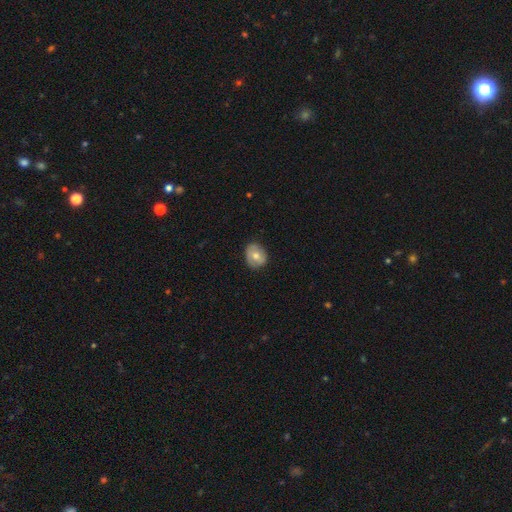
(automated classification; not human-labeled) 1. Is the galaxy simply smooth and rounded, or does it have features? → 67% smooth, 26% featured or disk, 8% star or artifact.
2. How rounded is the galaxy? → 65% round, 34% in between, 1% cigar-shaped.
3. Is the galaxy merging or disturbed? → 82% none, 14% minor disturbance, 3% major disturbance, 1% merger.